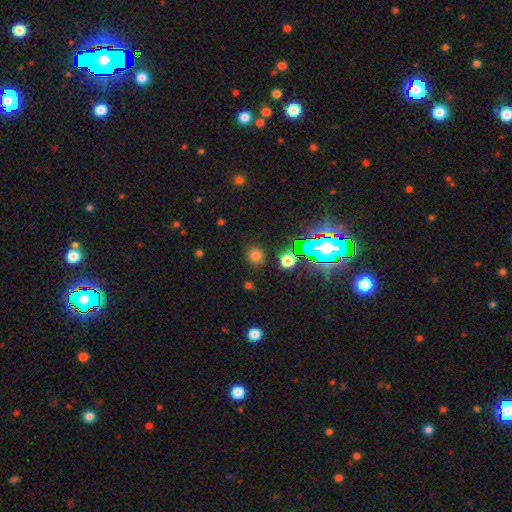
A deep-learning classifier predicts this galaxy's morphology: Smooth or featured: smooth — 70% (star or artifact — 24%)
How rounded: round — 82% (in between — 17%)
Merging: none — 86% (minor disturbance — 8%)